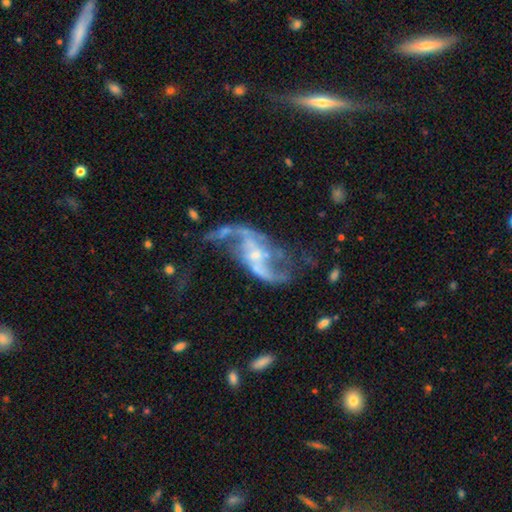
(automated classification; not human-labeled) This appears to be a featured or disk galaxy (88%) with no bar (41%), 2 (90%) loose (76%) spiral arms (92%) and a small central bulge (58%). Merging: none (44%).